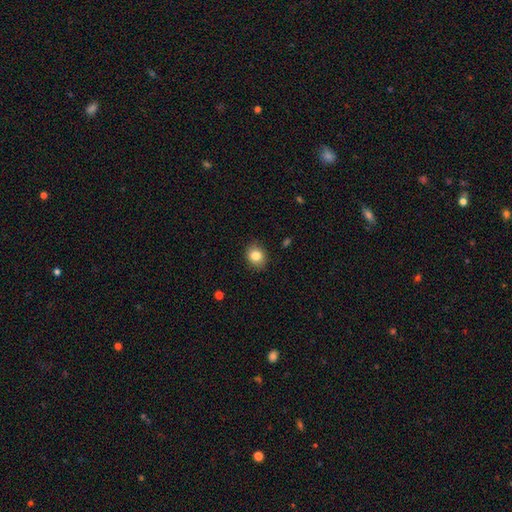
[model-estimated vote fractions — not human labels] A smooth galaxy with no disk features (83%) that is round (56%). Merging: none (87%).